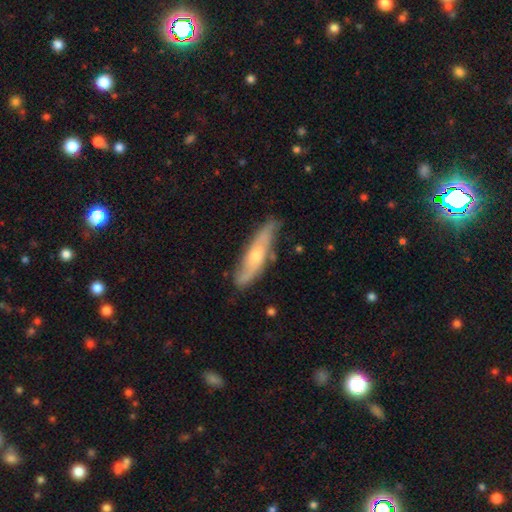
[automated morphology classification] Overall: featured or disk (62%; smooth 32%). Edge-on disk: no (56%; yes 44%). Merging: none (72%).